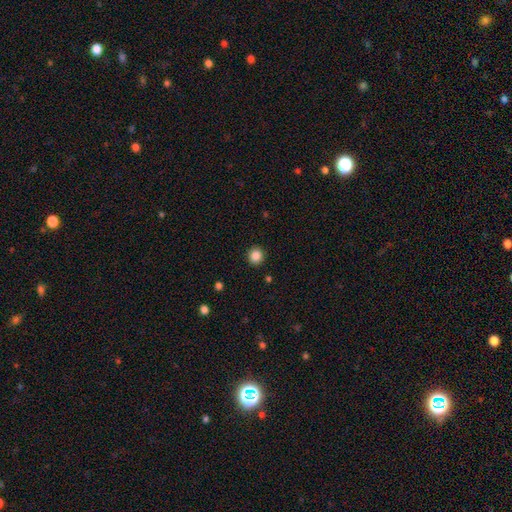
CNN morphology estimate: type=smooth (85%); roundness=round (92%); merging=none (92%).